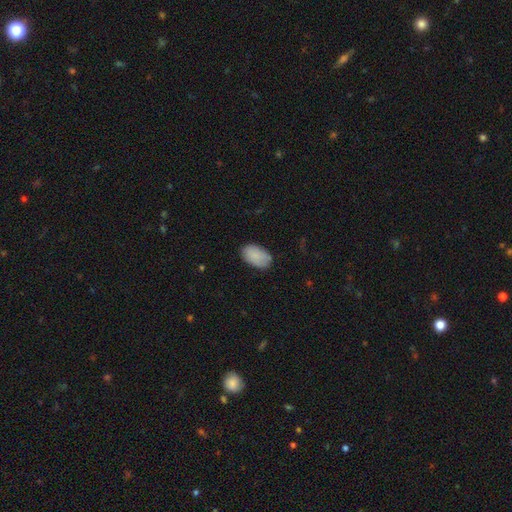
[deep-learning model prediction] This is clearly a smooth galaxy (87%). How rounded: clearly in between (93%). Merging: clearly none (81%).